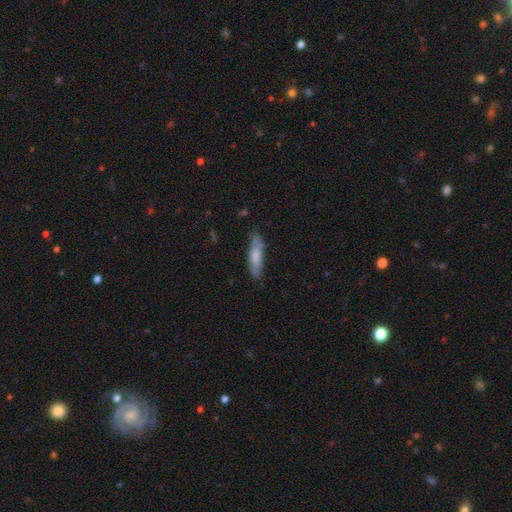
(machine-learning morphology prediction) smooth-or-featured: smooth: 72% | featured or disk: 22% | star or artifact: 6%
  how-rounded: cigar-shaped: 74% | in between: 24% | round: 1%
  merging: none: 77% | minor disturbance: 18% | major disturbance: 4% | merger: 2%